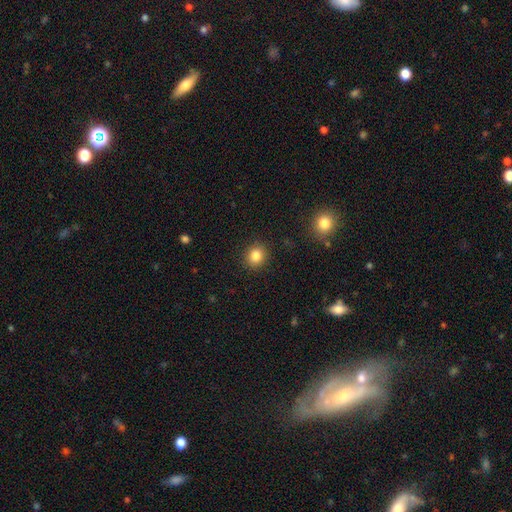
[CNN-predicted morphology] Q: Smooth or featured?
A: smooth (84%); runner-up: star or artifact (11%)
Q: How rounded?
A: round (80%); runner-up: in between (19%)
Q: Merging?
A: none (90%); runner-up: minor disturbance (7%)